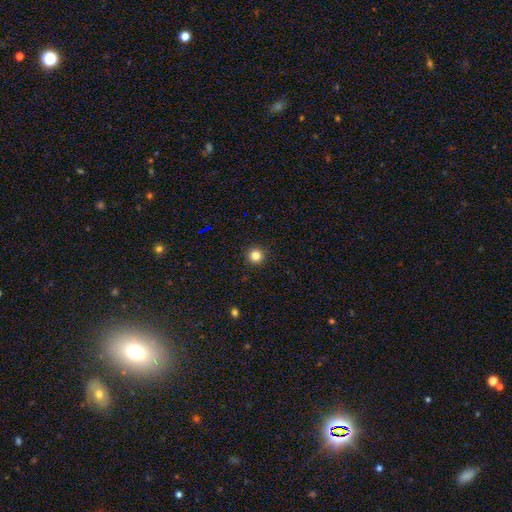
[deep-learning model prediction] Smooth or featured?
  - smooth: 83% *
  - star or artifact: 12%
  - featured or disk: 4%
How rounded?
  - round: 95% *
  - in between: 4%
  - cigar-shaped: 1%
Merging?
  - none: 93% *
  - minor disturbance: 5%
  - major disturbance: 2%
  - merger: 1%